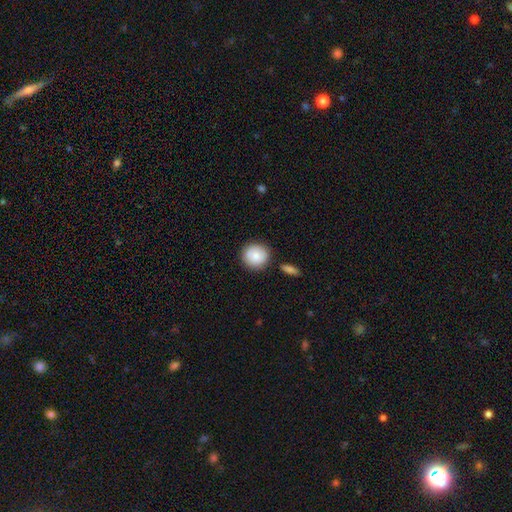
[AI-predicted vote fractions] Smooth or featured? Predicted: smooth (p=0.81). How rounded? Predicted: round (p=0.91). Merging? Predicted: none (p=0.83).